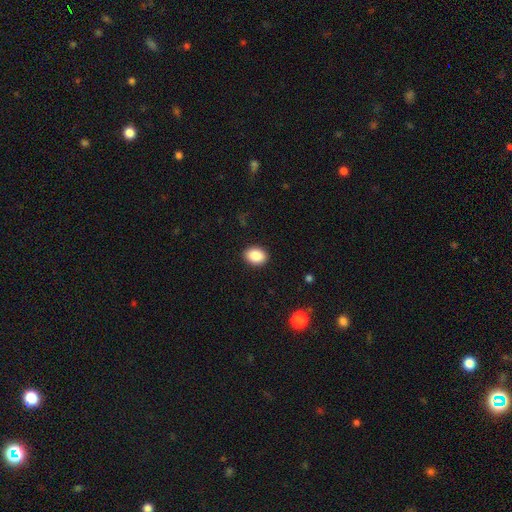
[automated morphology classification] smooth-or-featured: smooth: 88% | star or artifact: 8% | featured or disk: 4%
  how-rounded: in between: 73% | round: 26% | cigar-shaped: 1%
  merging: none: 90% | minor disturbance: 7% | major disturbance: 2% | merger: 1%